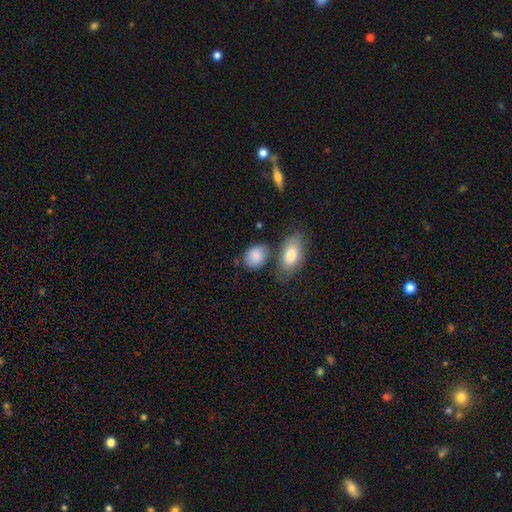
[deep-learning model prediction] smooth-or-featured: smooth: 85% | featured or disk: 8% | star or artifact: 7%
  how-rounded: in between: 71% | round: 27% | cigar-shaped: 2%
  merging: none: 60% | minor disturbance: 19% | merger: 16% | major disturbance: 6%